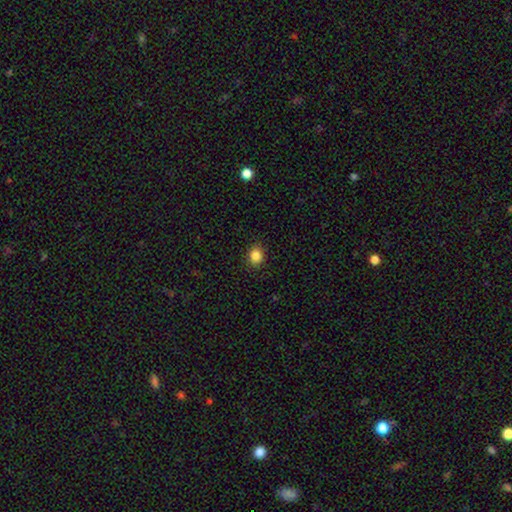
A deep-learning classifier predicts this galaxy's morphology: A smooth galaxy with no disk features (86%) that is round (64%).

Vote fractions:
- Smooth or featured? smooth: 86% / star or artifact: 11% / featured or disk: 4%
- How rounded? round: 64% / in between: 35% / cigar-shaped: 1%
- Merging? none: 90% / minor disturbance: 7% / major disturbance: 2% / merger: 1%